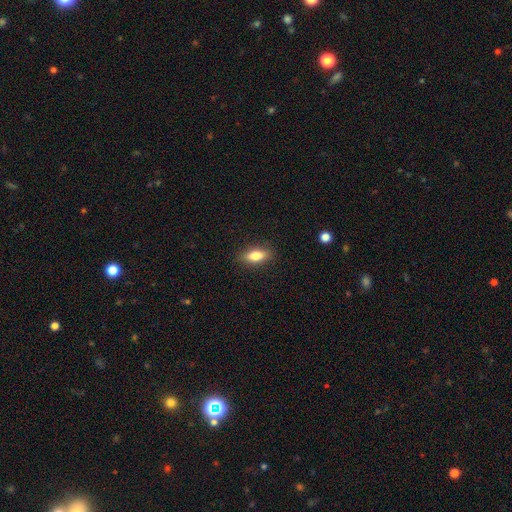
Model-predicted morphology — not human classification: Q: Smooth or featured?
A: smooth (79%); runner-up: featured or disk (14%)
Q: How rounded?
A: in between (78%); runner-up: cigar-shaped (18%)
Q: Merging?
A: none (87%); runner-up: minor disturbance (10%)